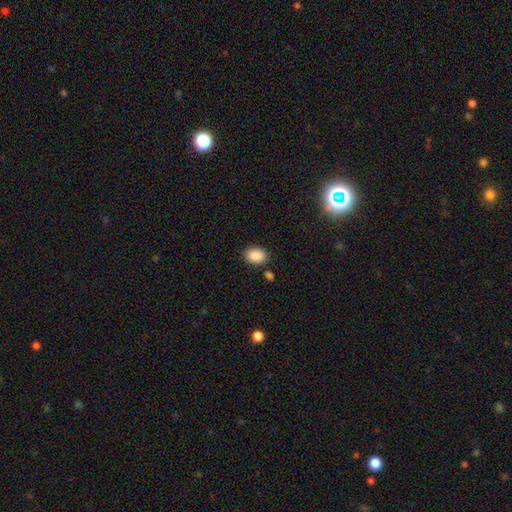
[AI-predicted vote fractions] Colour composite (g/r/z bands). It shows a smooth galaxy with no disk features (88%) that is in between round and cigar-shaped (78%). Merging: none (83%).